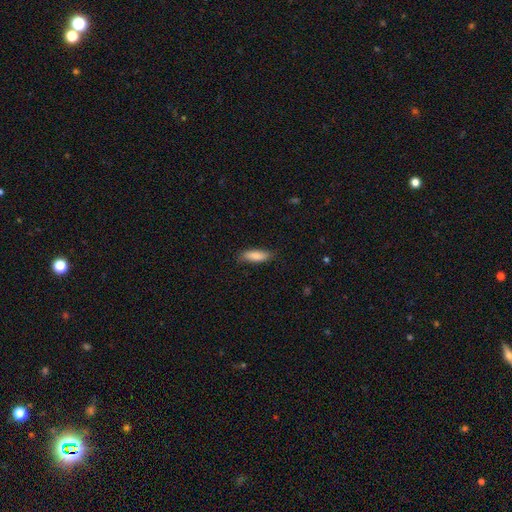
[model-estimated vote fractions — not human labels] Overall: smooth (86%). How rounded: in between (54%; cigar-shaped 44%). Merging: none (80%).